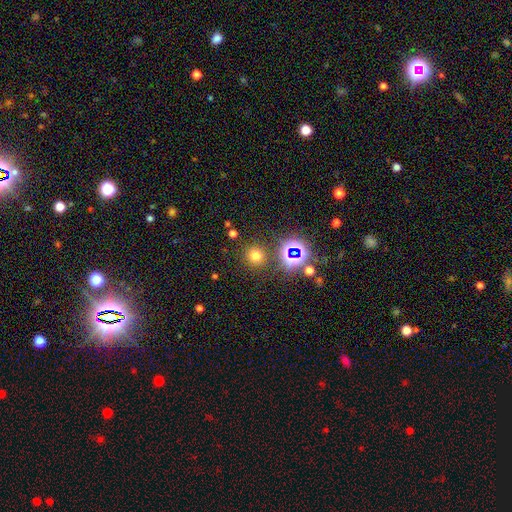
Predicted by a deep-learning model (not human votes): Morphology: type=smooth (65%); roundness=round (92%); merging=none (85%).